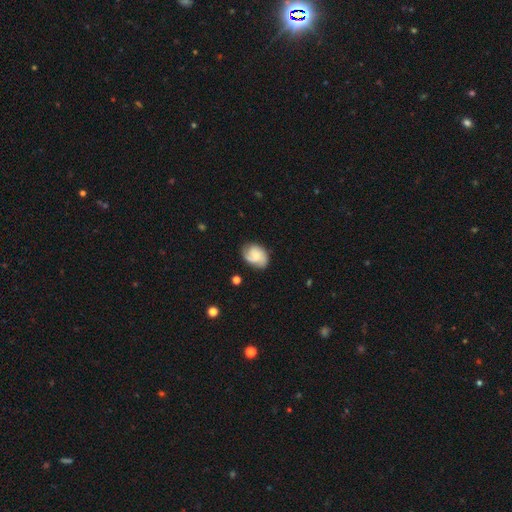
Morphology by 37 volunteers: This is likely a featured or disk galaxy (70%). It is clearly not viewed edge-on (100%). Bar: likely no (73%). Spiral arm pattern: clearly yes (88%). Spiral arm count: marginally 2 (30%, tied with can't tell). Spiral winding: marginally tight (39%). Central bulge: marginally small (42%). Merging: likely none (74%).